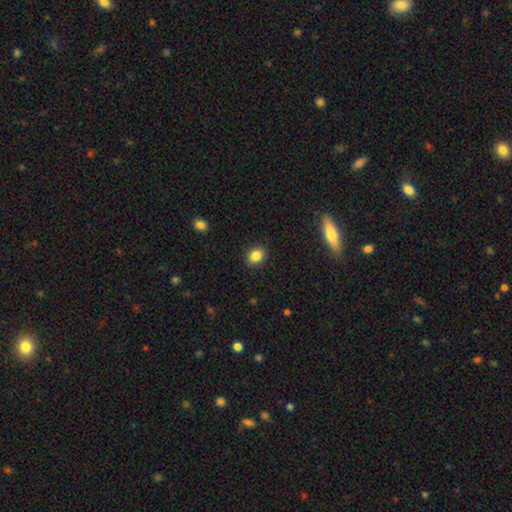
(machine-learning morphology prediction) Smooth or featured? smooth (86%)
How rounded? in between (58%)
Merging? none (89%)